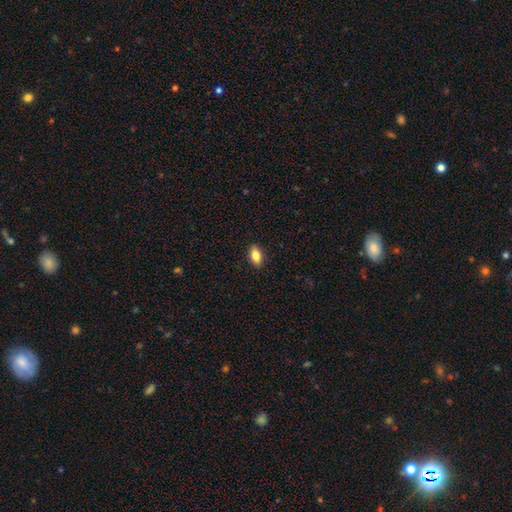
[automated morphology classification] Smooth or featured: smooth — 85% (star or artifact — 8%)
How rounded: in between — 90% (round — 5%)
Merging: none — 89% (minor disturbance — 8%)